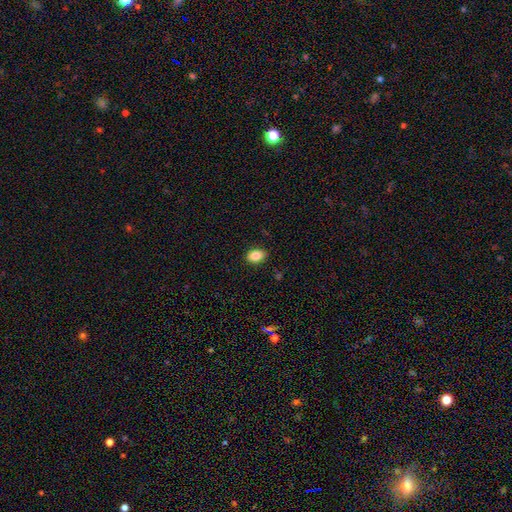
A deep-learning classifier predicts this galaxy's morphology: This appears to be a smooth galaxy with no disk features (85%) that is in between round and cigar-shaped (82%). Merging: none (88%).